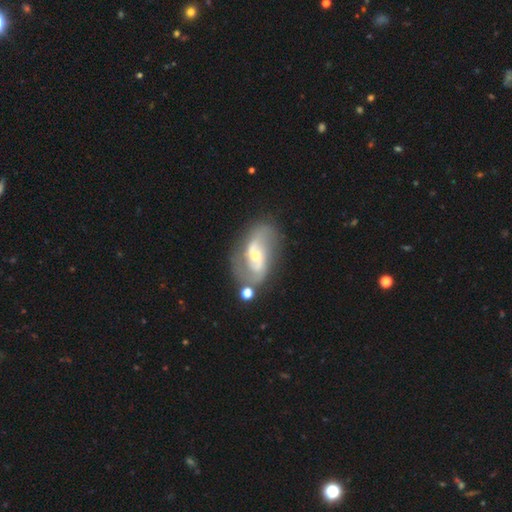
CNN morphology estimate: Smooth or featured: featured or disk — 84% (smooth — 10%)
Edge-on disk: no — 96% (yes — 4%)
Bar: weak — 41% (no — 40%)
Spiral arms: yes — 92% (no — 8%)
Spiral winding: loose — 43% (medium — 42%)
Spiral arm count: 2 — 87% (can't tell — 6%)
Bulge size: small — 49% (moderate — 45%)
Merging: none — 65% (minor disturbance — 17%)